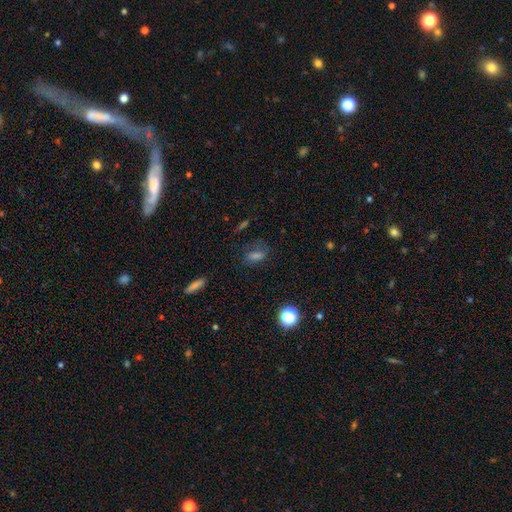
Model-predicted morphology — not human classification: The model was most divided on "smooth or featured": smooth: 54%, star or artifact: 27%, featured or disk: 20%. More confident: how rounded — in between (69%); merging — none (65%).